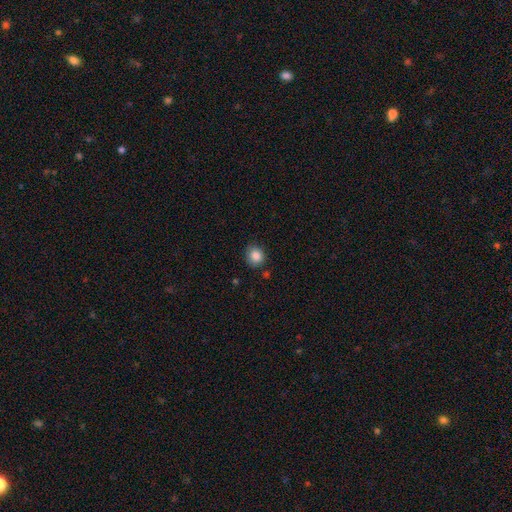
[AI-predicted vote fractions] Morphology: type=smooth (86%); roundness=round (76%); merging=none (80%).